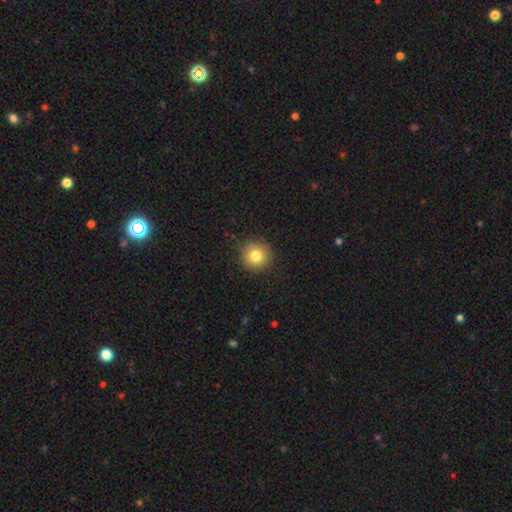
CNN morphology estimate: A smooth galaxy with no disk features (79%) that is round (94%). Merging: none (88%).